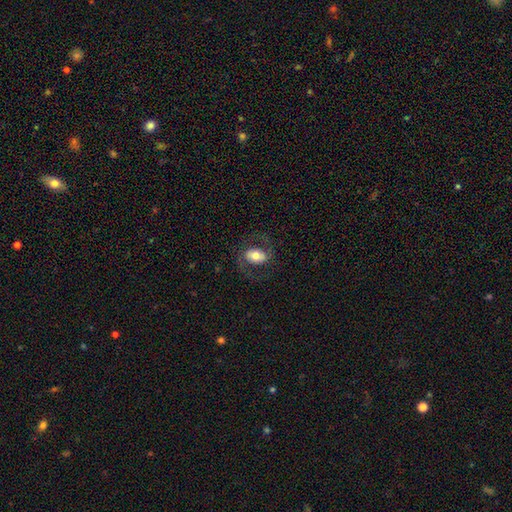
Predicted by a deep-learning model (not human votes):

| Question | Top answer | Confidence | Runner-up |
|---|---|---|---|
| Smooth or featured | smooth | 48% | featured or disk (45%) |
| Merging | none | 73% | minor disturbance (14%) |